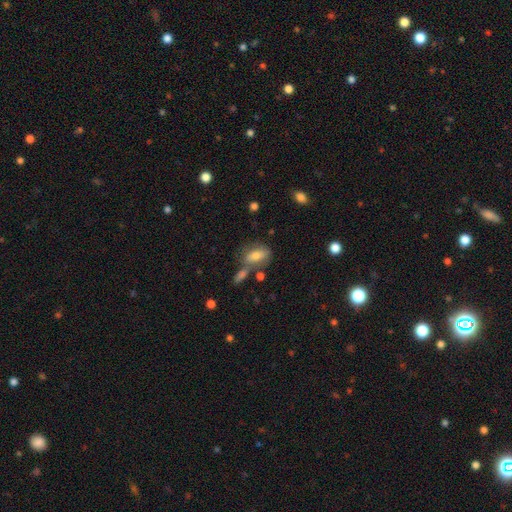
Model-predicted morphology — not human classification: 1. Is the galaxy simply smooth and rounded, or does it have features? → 68% smooth, 23% featured or disk, 9% star or artifact.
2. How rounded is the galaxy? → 81% in between, 12% round, 7% cigar-shaped.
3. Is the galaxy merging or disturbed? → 52% none, 24% merger, 17% minor disturbance, 7% major disturbance.